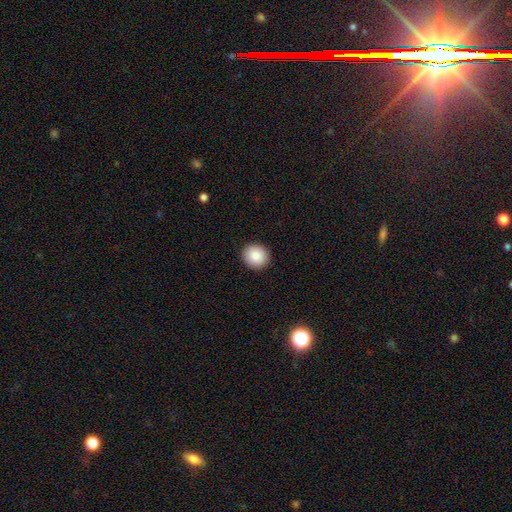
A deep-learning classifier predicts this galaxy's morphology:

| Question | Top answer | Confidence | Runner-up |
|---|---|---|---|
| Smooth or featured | smooth | 88% | star or artifact (8%) |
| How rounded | round | 85% | in between (14%) |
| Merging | none | 92% | minor disturbance (5%) |